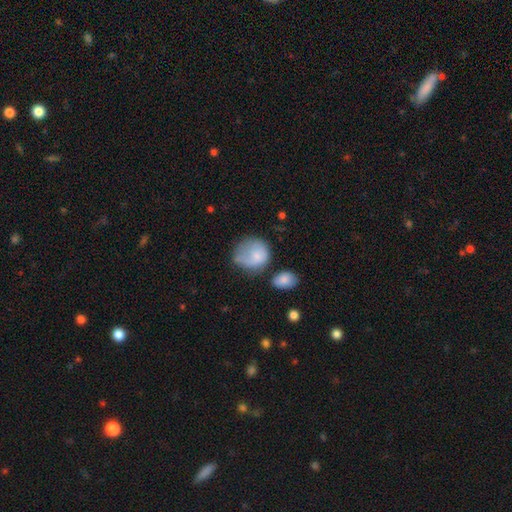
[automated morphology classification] A smooth galaxy with no disk features (75%) that is round (67%). Merging: none (34%).